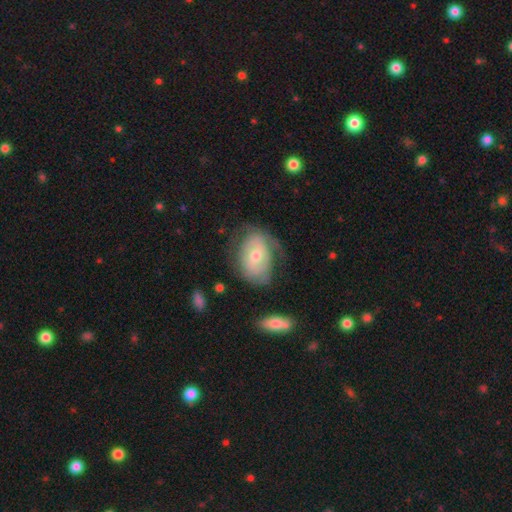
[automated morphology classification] type=featured or disk (49%); merging=none (51%).